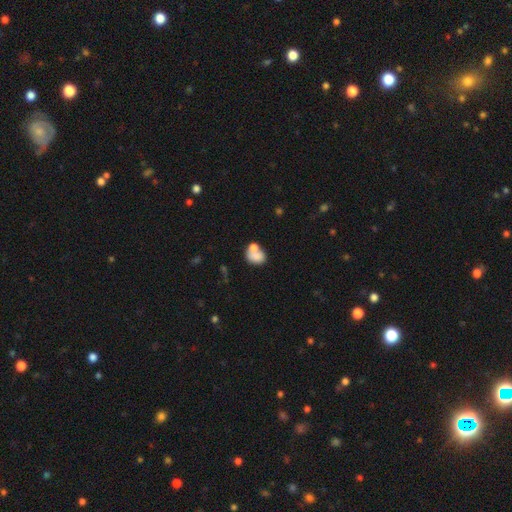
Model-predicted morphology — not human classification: Q: Smooth or featured?
A: smooth (75%); runner-up: featured or disk (16%)
Q: How rounded?
A: in between (54%); runner-up: round (44%)
Q: Merging?
A: merger (45%); runner-up: none (35%)